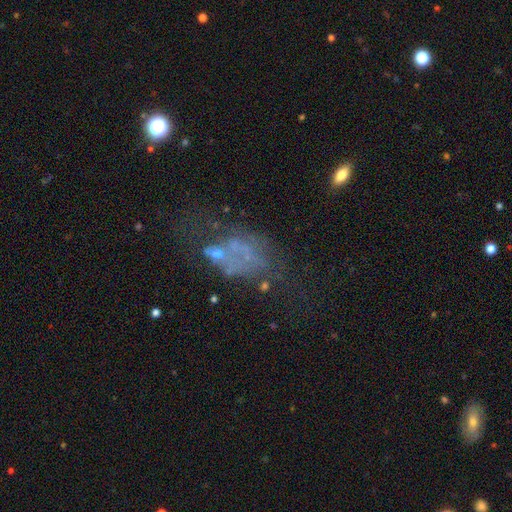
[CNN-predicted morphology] Q: Smooth or featured?
A: featured or disk (52%); runner-up: smooth (27%)
Q: Edge-on disk?
A: no (96%); runner-up: yes (4%)
Q: Merging?
A: none (34%); runner-up: major disturbance (33%)